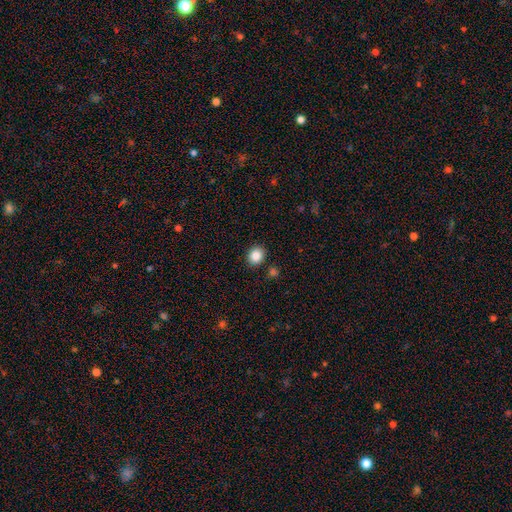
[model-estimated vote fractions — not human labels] Smooth or featured? smooth (86%)
How rounded? round (71%)
Merging? none (87%)